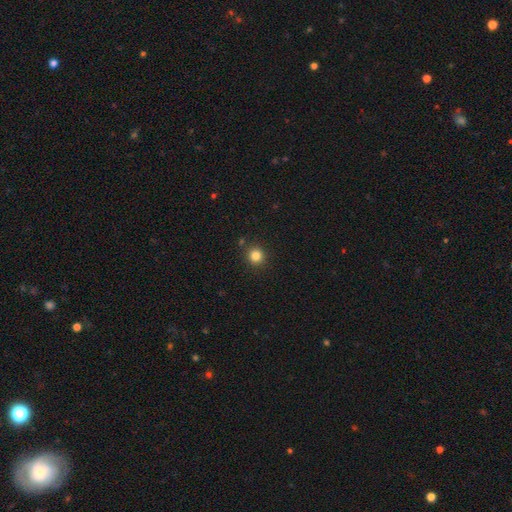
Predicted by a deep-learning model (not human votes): Smooth or featured: smooth — 83% (star or artifact — 12%)
How rounded: round — 93% (in between — 6%)
Merging: none — 89% (minor disturbance — 6%)